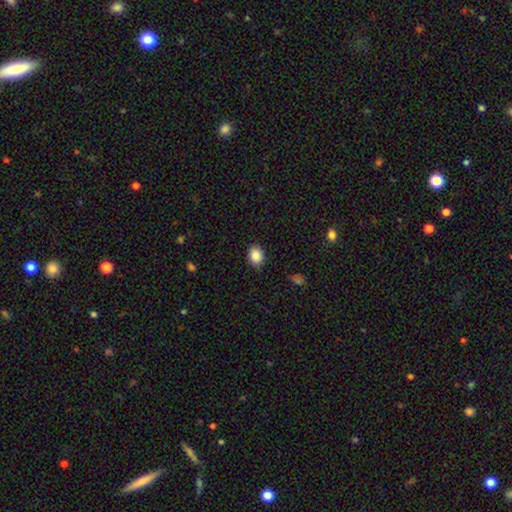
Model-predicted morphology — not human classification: Q: Smooth or featured?
A: smooth (88%); runner-up: star or artifact (8%)
Q: How rounded?
A: in between (62%); runner-up: round (37%)
Q: Merging?
A: none (87%); runner-up: minor disturbance (9%)